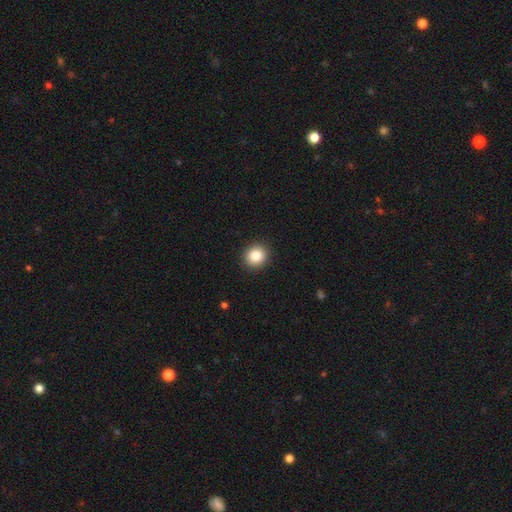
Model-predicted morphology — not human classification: The model was most divided on "how rounded": round: 84%, in between: 15%, cigar-shaped: 1%. More confident: merging — none (91%); smooth or featured — smooth (87%).